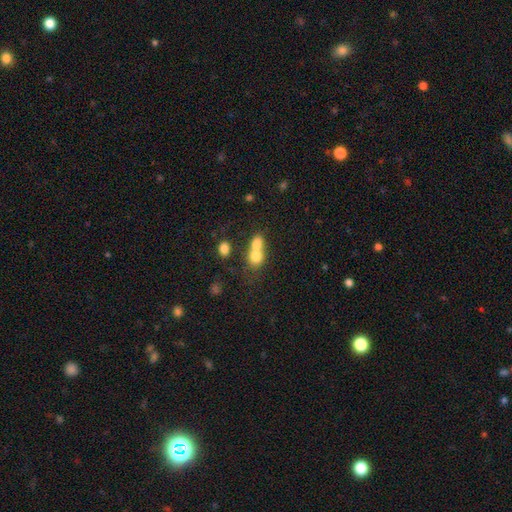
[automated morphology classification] type=smooth (74%); roundness=round (58%); merging=merger (72%).